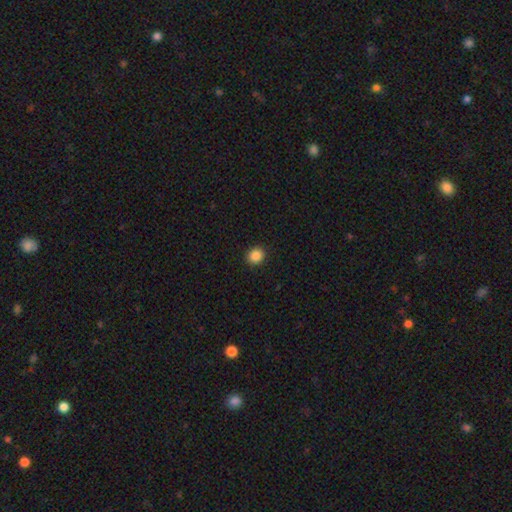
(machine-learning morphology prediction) type=smooth (86%); roundness=round (82%); merging=none (92%).